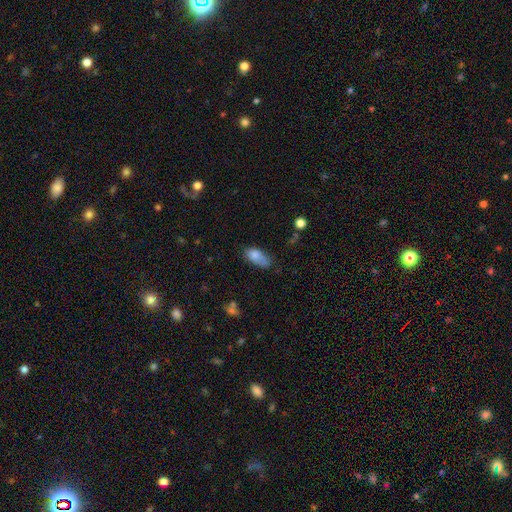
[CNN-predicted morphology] A smooth galaxy with no disk features (79%) that is in between round and cigar-shaped (87%). Merging: none (43%).